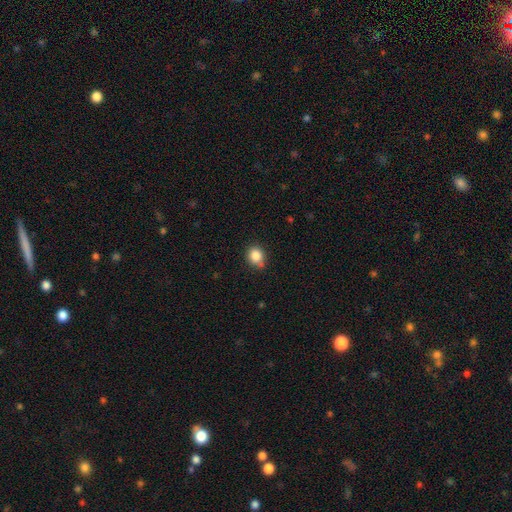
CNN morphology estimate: This is clearly a smooth galaxy (84%). How rounded: likely round (75%). Merging: likely none (67%).